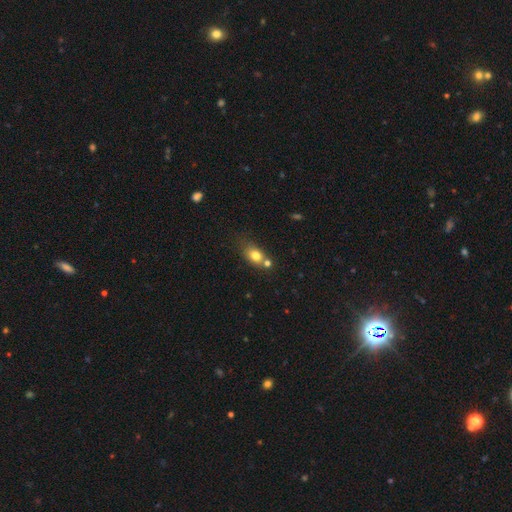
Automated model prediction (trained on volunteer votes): Morphology: type=smooth (76%); roundness=in between (67%); merging=none (47%).